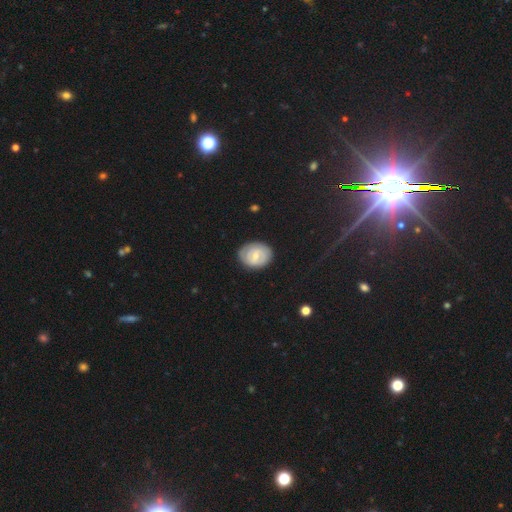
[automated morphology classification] Overall: featured or disk (52%; smooth 39%). Edge-on disk: no (96%). Merging: none (80%).